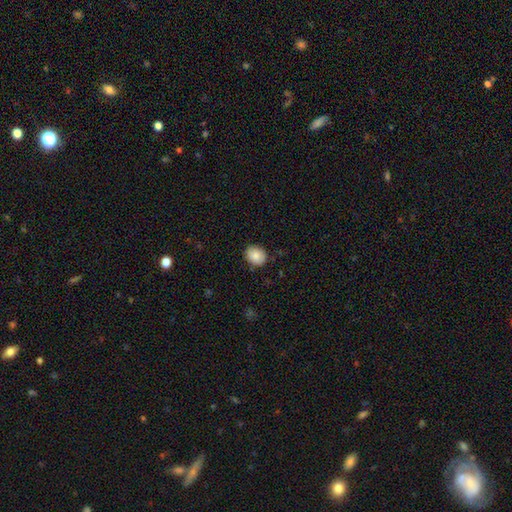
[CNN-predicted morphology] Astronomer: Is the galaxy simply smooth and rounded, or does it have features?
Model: smooth — 87%.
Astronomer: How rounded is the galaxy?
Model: round — 60% (runner-up: in between, 39%).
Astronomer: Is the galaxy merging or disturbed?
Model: none — 85%.